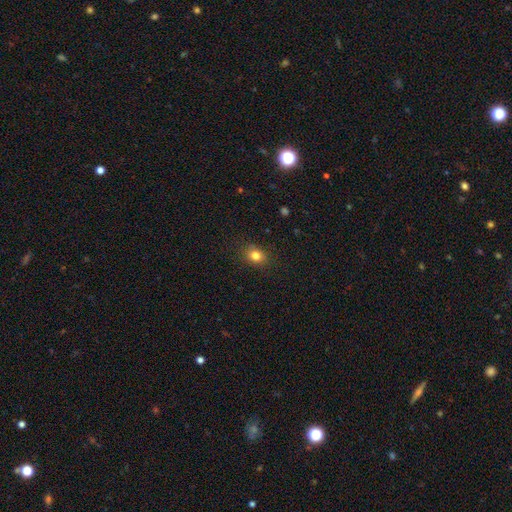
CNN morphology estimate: The model was most divided on "how rounded": round: 59%, in between: 40%, cigar-shaped: 1%. More confident: merging — none (86%); smooth or featured — smooth (81%).